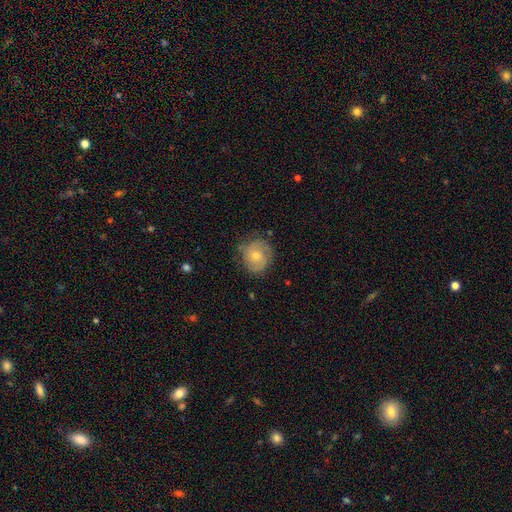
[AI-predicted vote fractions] A featured or disk galaxy (52%) with no bar (76%), spiral arms (79%) and a moderate central bulge (60%).

Vote fractions:
- Smooth or featured? featured or disk: 52% / smooth: 39% / star or artifact: 9%
- Edge-on disk? no: 97% / yes: 3%
- Bar? no: 76% / weak: 21% / strong: 3%
- Spiral arms? yes: 79% / no: 21%
- Bulge size? moderate: 60% / small: 36% / large: 3% / none: 1% / dominant: 1%
- Merging? none: 76% / minor disturbance: 18% / major disturbance: 5% / merger: 1%